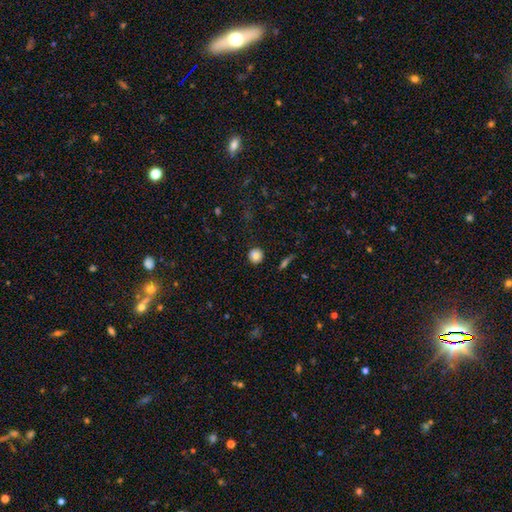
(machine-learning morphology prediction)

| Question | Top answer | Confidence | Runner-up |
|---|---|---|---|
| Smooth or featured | smooth | 83% | star or artifact (9%) |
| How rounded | round | 92% | in between (7%) |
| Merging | none | 90% | minor disturbance (7%) |